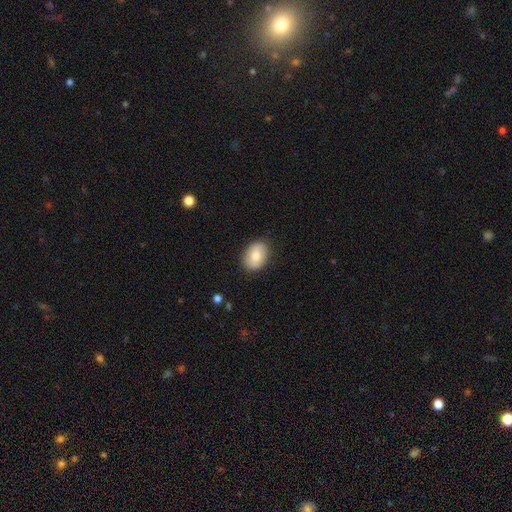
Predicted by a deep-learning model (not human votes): A smooth galaxy with no disk features (75%) that is in between round and cigar-shaped (77%). Merging: none (86%).